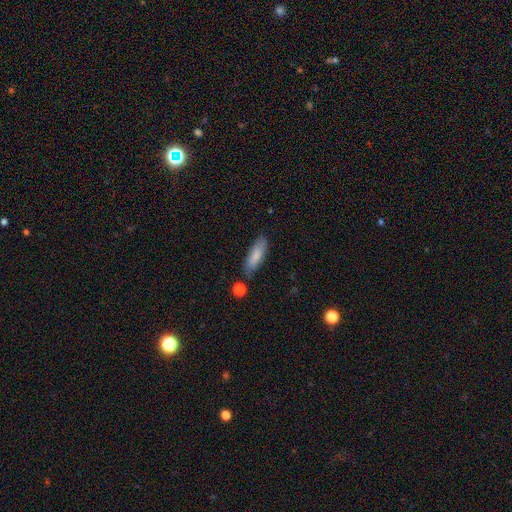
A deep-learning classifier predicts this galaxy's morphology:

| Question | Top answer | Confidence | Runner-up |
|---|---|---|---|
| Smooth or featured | smooth | 80% | featured or disk (13%) |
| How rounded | in between | 55% | cigar-shaped (43%) |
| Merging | none | 73% | minor disturbance (18%) |